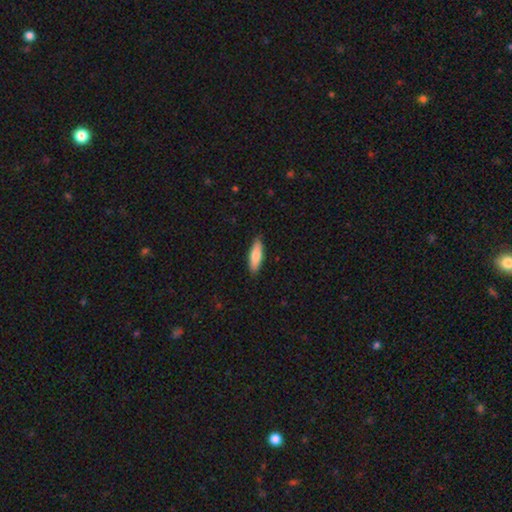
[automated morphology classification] Q: Smooth or featured?
A: smooth (79%); runner-up: featured or disk (16%)
Q: How rounded?
A: cigar-shaped (56%); runner-up: in between (42%)
Q: Merging?
A: none (88%); runner-up: minor disturbance (9%)